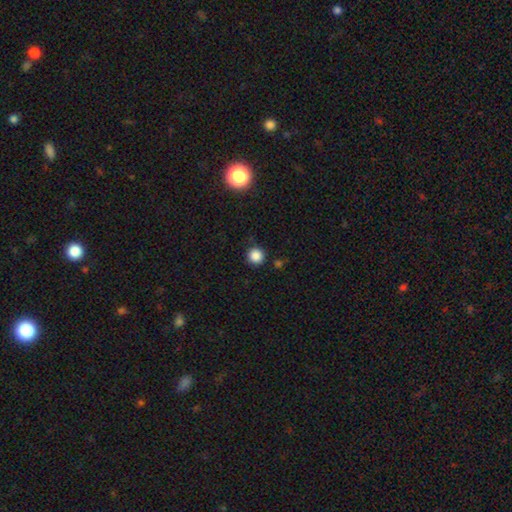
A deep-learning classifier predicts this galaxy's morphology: Smooth or featured?
  - smooth: 85% *
  - star or artifact: 12%
  - featured or disk: 3%
How rounded?
  - round: 95% *
  - in between: 4%
  - cigar-shaped: 1%
Merging?
  - none: 87% *
  - minor disturbance: 8%
  - major disturbance: 2%
  - merger: 2%